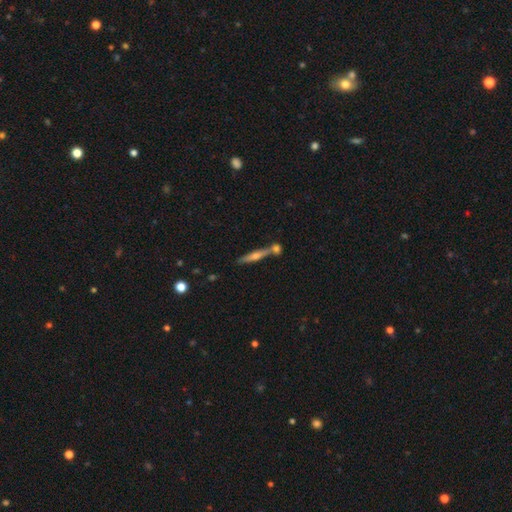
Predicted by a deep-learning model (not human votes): This is likely a featured or disk galaxy (66%). It is clearly viewed edge-on (95%). Edge-on bulge: clearly rounded (84%). Merging: likely none (68%).